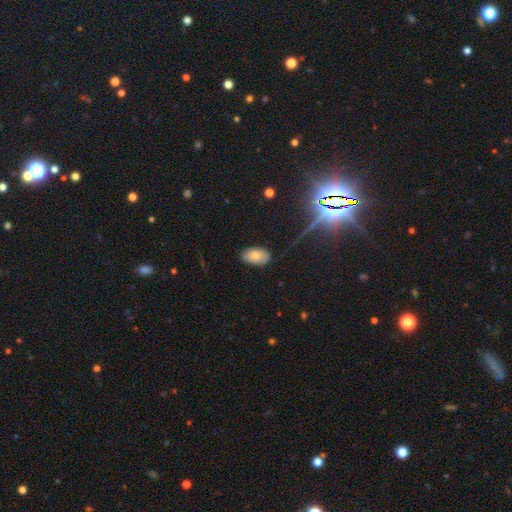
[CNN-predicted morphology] type=smooth (76%); roundness=in between (94%); merging=none (83%).